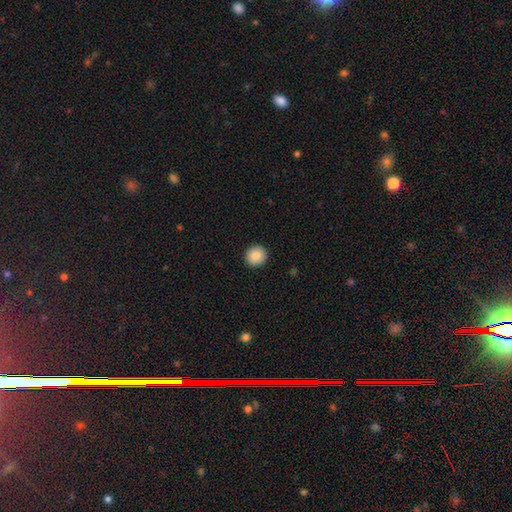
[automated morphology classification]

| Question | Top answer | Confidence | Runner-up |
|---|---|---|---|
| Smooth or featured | smooth | 87% | star or artifact (8%) |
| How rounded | round | 92% | in between (7%) |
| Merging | none | 93% | minor disturbance (5%) |